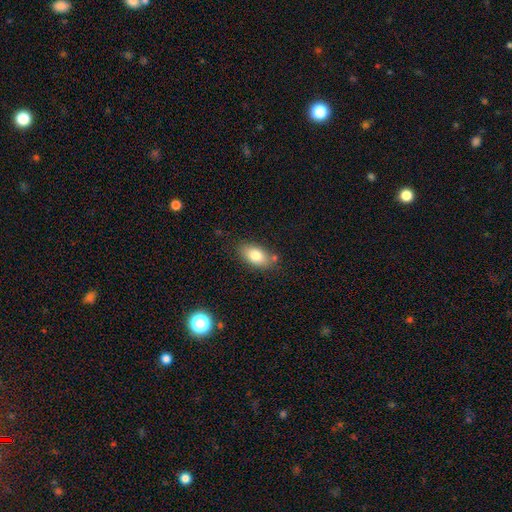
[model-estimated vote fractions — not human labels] A smooth galaxy with no disk features (80%) that is in between round and cigar-shaped (90%). Merging: none (76%).